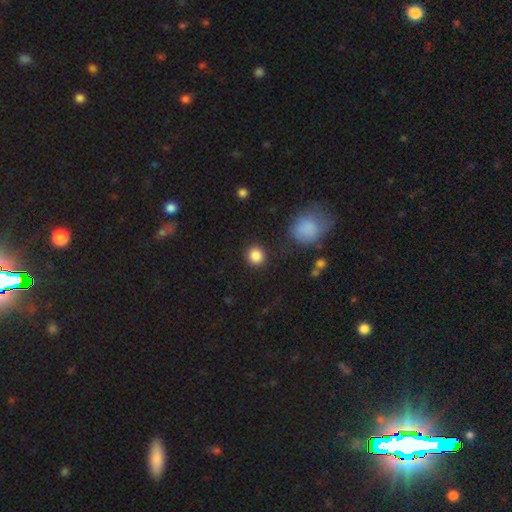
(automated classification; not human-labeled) This is clearly a smooth galaxy (87%). How rounded: clearly round (90%). Merging: clearly none (89%).